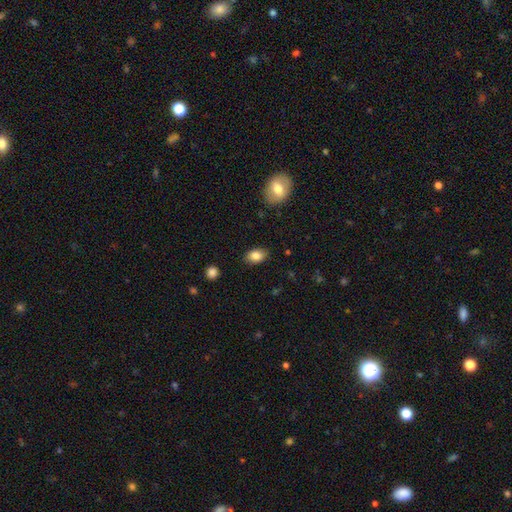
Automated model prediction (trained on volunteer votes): Smooth or featured? smooth (84%)
How rounded? in between (83%)
Merging? none (85%)